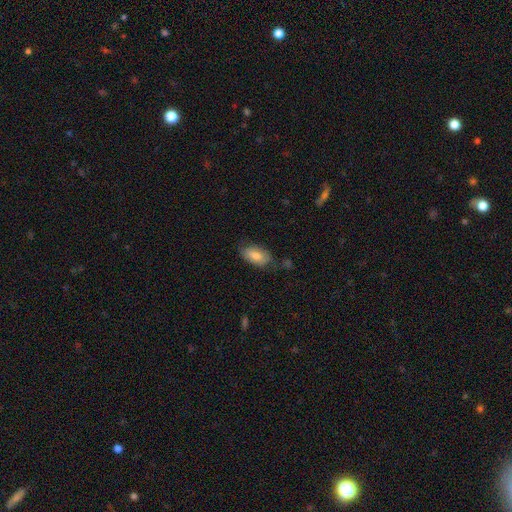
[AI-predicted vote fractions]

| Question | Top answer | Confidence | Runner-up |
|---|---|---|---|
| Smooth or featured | smooth | 76% | featured or disk (17%) |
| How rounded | in between | 92% | cigar-shaped (4%) |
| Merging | none | 70% | minor disturbance (22%) |